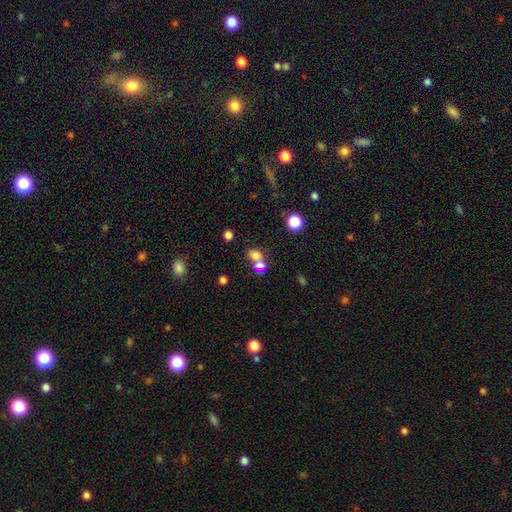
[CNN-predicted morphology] Smooth or featured?
  - smooth: 72% *
  - star or artifact: 16%
  - featured or disk: 12%
How rounded?
  - in between: 56% *
  - round: 43%
  - cigar-shaped: 2%
Merging?
  - merger: 49% *
  - none: 37%
  - minor disturbance: 9%
  - major disturbance: 5%